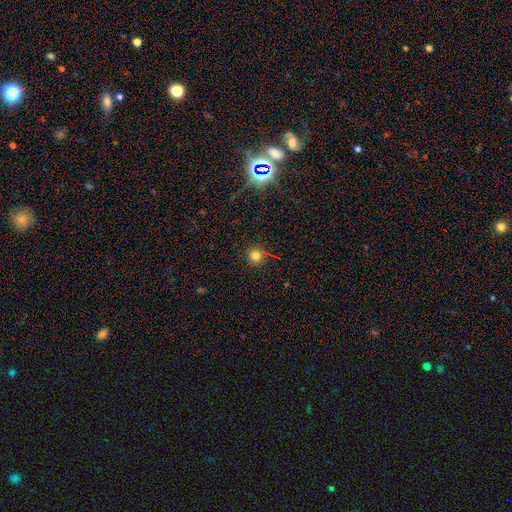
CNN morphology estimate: Smooth or featured? Predicted: smooth (p=0.77). How rounded? Predicted: round (p=0.94). Merging? Predicted: none (p=0.87).